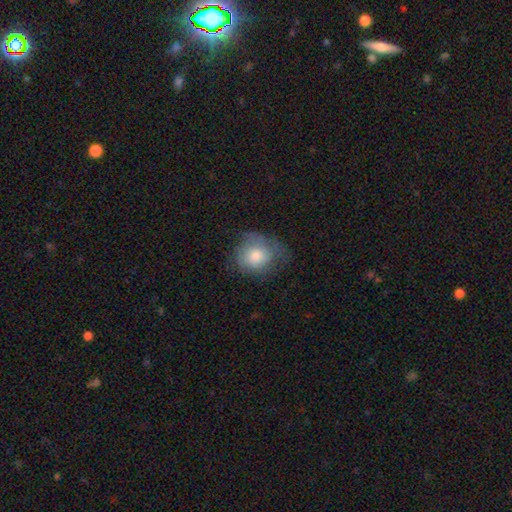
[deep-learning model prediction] A smooth galaxy with no disk features (69%) that is round (73%).

Vote fractions:
- Smooth or featured? smooth: 69% / featured or disk: 23% / star or artifact: 8%
- How rounded? round: 73% / in between: 26% / cigar-shaped: 1%
- Merging? none: 53% / minor disturbance: 30% / major disturbance: 16% / merger: 1%